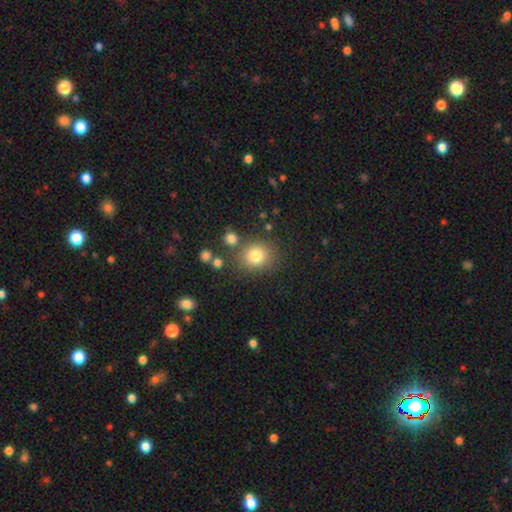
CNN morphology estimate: Overall: smooth (80%). How rounded: round (77%). Merging: none (78%).